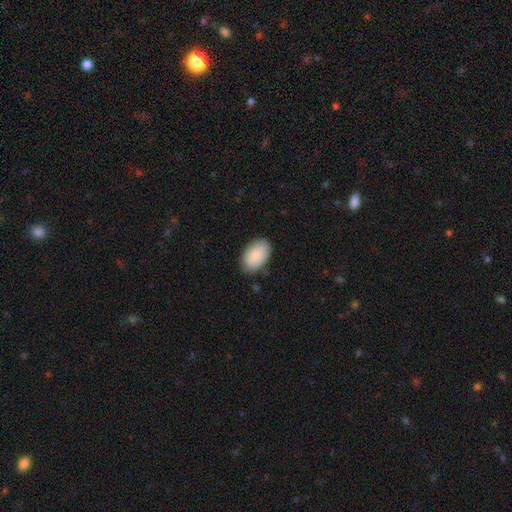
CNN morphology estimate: Smooth or featured?
  - smooth: 84% *
  - featured or disk: 10%
  - star or artifact: 6%
How rounded?
  - in between: 92% *
  - round: 7%
  - cigar-shaped: 1%
Merging?
  - none: 73% *
  - minor disturbance: 22%
  - major disturbance: 4%
  - merger: 1%